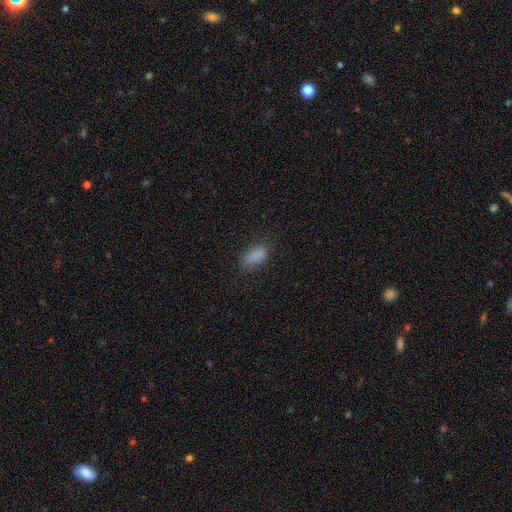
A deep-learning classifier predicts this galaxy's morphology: Smooth or featured: smooth — 83% (star or artifact — 11%)
How rounded: in between — 89% (round — 6%)
Merging: none — 74% (minor disturbance — 19%)